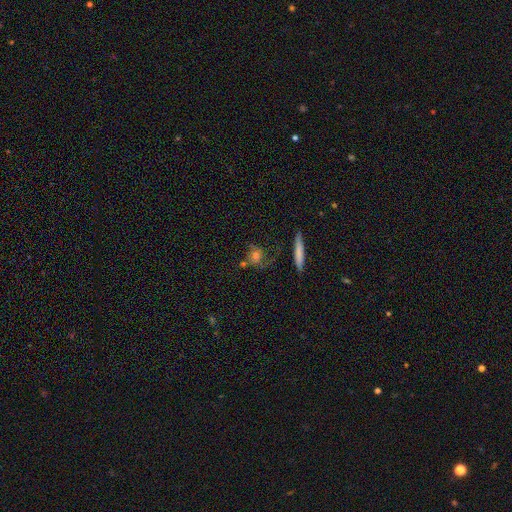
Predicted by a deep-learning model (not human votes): Overall: smooth (48%; featured or disk 38%). Merging: none (53%; minor disturbance 18%).